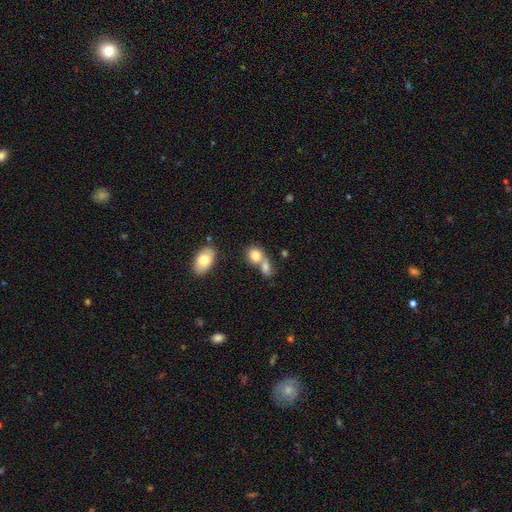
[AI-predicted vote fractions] Smooth or featured? Predicted: smooth (p=0.80). How rounded? Predicted: round (p=0.55). Merging? Predicted: merger (p=0.51).